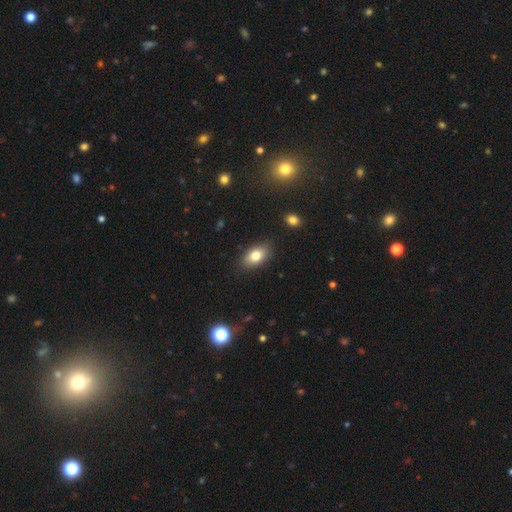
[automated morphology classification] The model was most divided on "smooth or featured": smooth: 80%, featured or disk: 12%, star or artifact: 8%. More confident: how rounded — in between (89%); merging — none (86%).